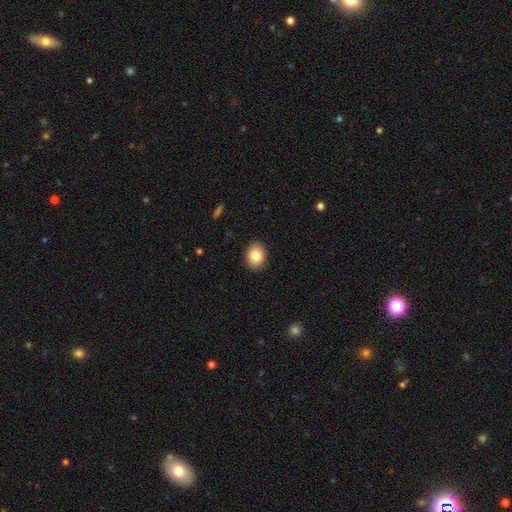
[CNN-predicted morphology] Smooth or featured?
  - smooth: 83% *
  - featured or disk: 8%
  - star or artifact: 8%
How rounded?
  - in between: 63% *
  - round: 36%
  - cigar-shaped: 1%
Merging?
  - none: 90% *
  - minor disturbance: 7%
  - major disturbance: 2%
  - merger: 1%